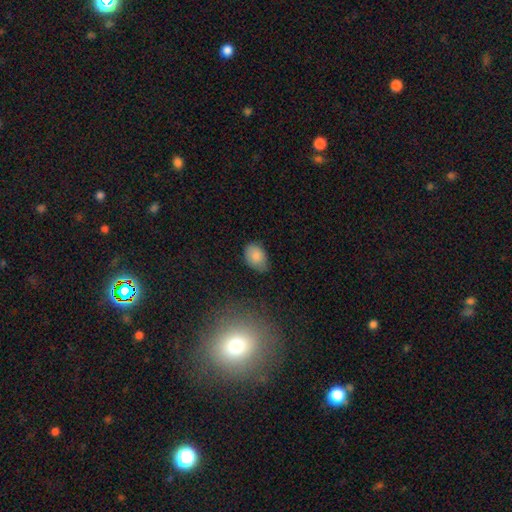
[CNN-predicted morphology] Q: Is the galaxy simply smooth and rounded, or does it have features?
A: smooth — 85%.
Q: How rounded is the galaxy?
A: in between — 81%.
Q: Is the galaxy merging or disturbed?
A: none — 66%.